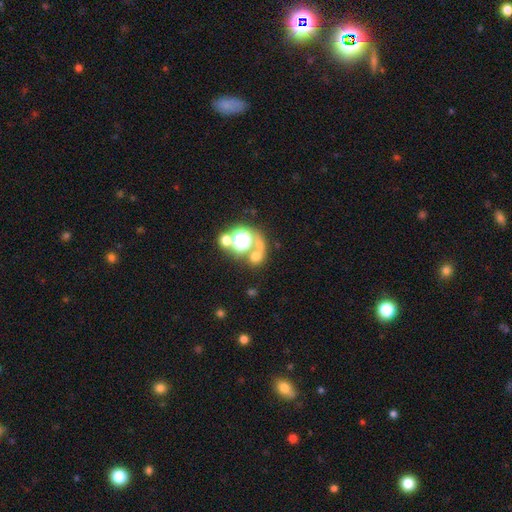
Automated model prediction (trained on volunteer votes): smooth 53%, star or artifact 30%, featured or disk 17%. Down the decision tree: how rounded — round (79%); merging — none (44%).